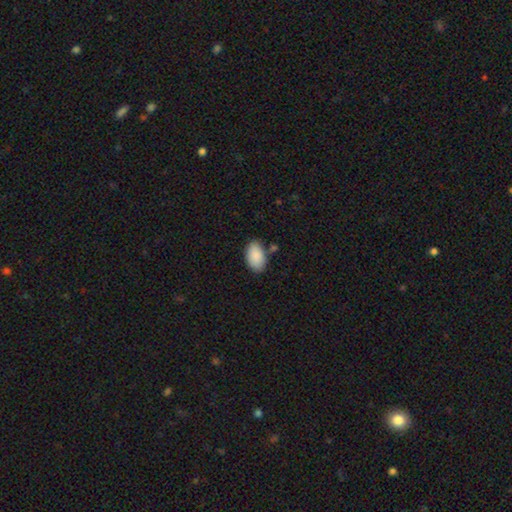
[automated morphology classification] smooth-or-featured: smooth: 89% | star or artifact: 6% | featured or disk: 5%
  how-rounded: in between: 94% | round: 5% | cigar-shaped: 1%
  merging: none: 77% | minor disturbance: 15% | merger: 5% | major disturbance: 3%